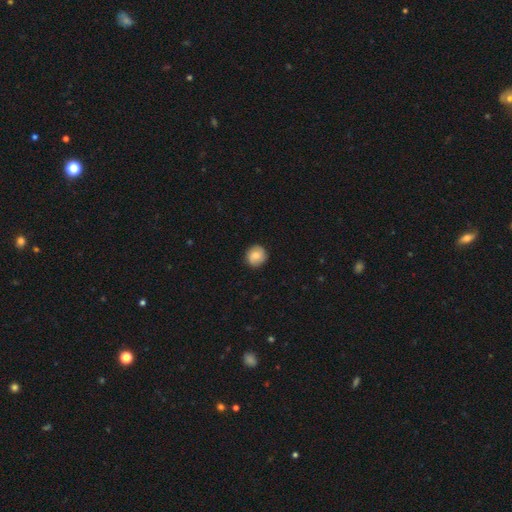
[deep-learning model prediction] Smooth or featured? smooth (69%)
How rounded? round (89%)
Merging? none (87%)